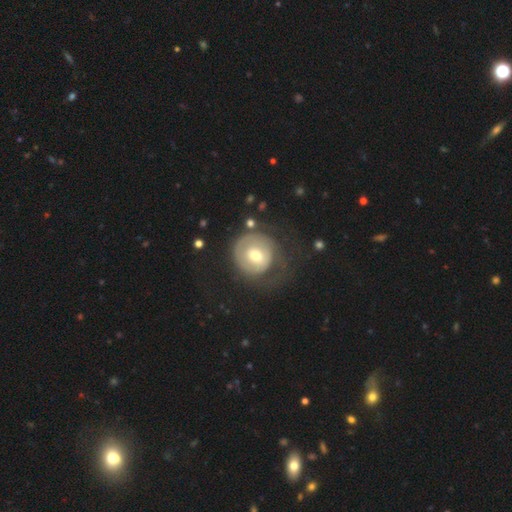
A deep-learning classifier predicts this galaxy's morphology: smooth_or_featured: featured or disk (p=0.50) [alt: smooth p=0.43]
disk_edge_on: no (p=0.96) [alt: yes p=0.04]
merging: none (p=0.51) [alt: major disturbance p=0.26]